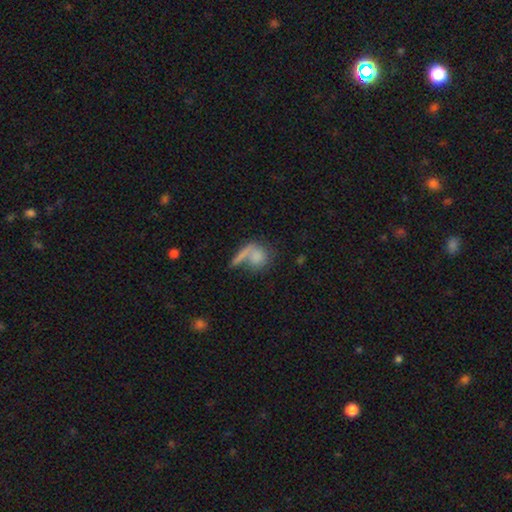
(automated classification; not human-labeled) Overall: smooth (74%). How rounded: round (65%). Merging: none (44%; merger 35%).